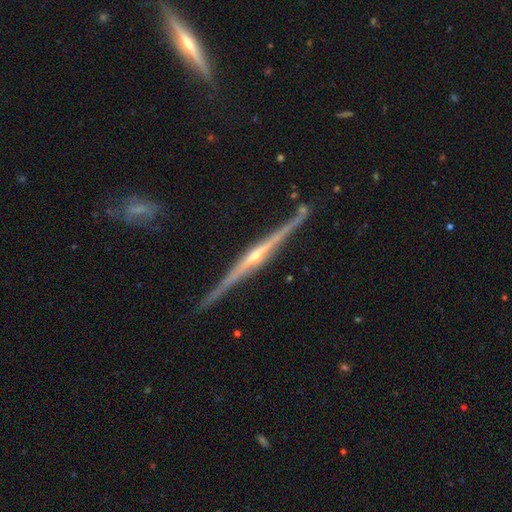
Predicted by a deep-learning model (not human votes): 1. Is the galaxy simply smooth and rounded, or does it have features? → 87% featured or disk, 8% smooth, 5% star or artifact.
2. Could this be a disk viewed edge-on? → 98% yes, 2% no.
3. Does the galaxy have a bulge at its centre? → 73% rounded, 19% none, 8% boxy.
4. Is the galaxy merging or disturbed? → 82% none, 13% minor disturbance, 3% merger, 2% major disturbance.